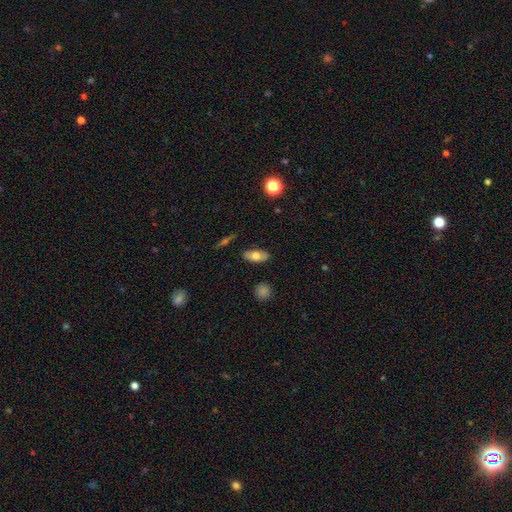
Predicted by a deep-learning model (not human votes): Smooth or featured: smooth — 68% (featured or disk — 24%)
How rounded: in between — 88% (cigar-shaped — 8%)
Merging: none — 86% (minor disturbance — 11%)